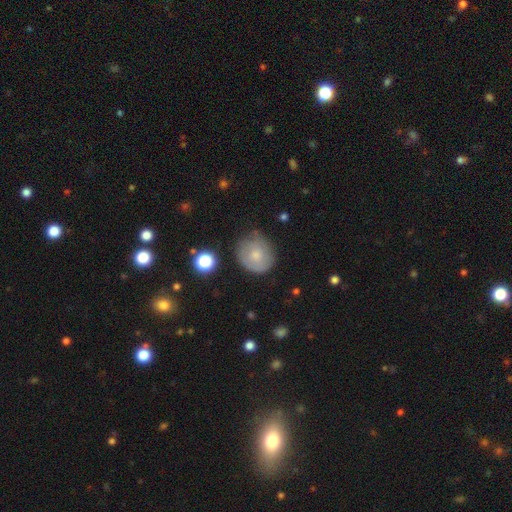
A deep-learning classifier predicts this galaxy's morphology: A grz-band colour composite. It shows a smooth galaxy with no disk features (66%) that is round (77%). Merging: none (60%).